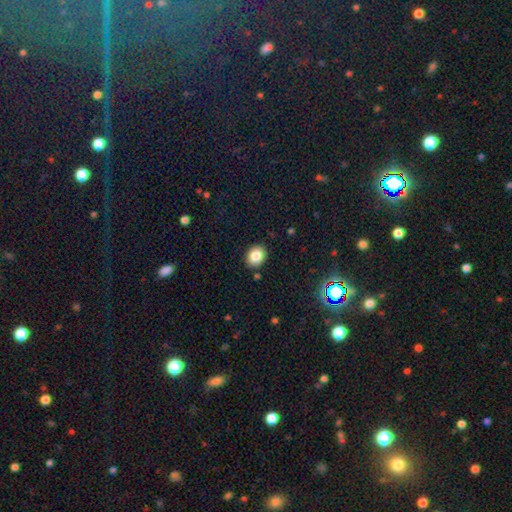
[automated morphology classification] This is clearly a smooth galaxy (84%). How rounded: possibly round (52%). Merging: clearly none (88%).